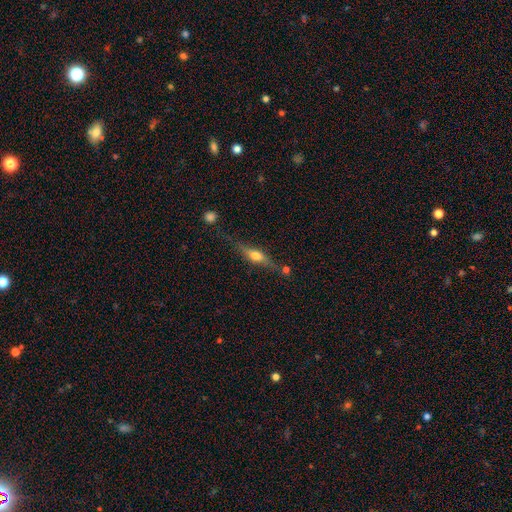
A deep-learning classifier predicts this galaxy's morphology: featured or disk 60%, smooth 33%, star or artifact 8%. Down the decision tree: edge-on disk — yes (92%); edge-on bulge — rounded (91%); merging — none (69%).